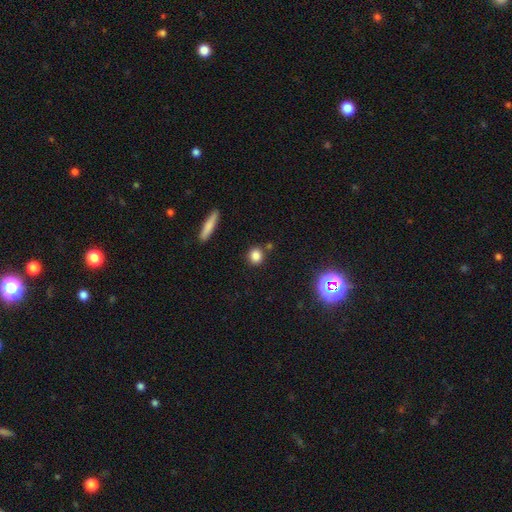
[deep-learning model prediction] A smooth galaxy with no disk features (81%) that is round (85%).

Vote fractions:
- Smooth or featured? smooth: 81% / star or artifact: 13% / featured or disk: 6%
- How rounded? round: 85% / in between: 13% / cigar-shaped: 2%
- Merging? none: 81% / minor disturbance: 9% / merger: 8% / major disturbance: 3%